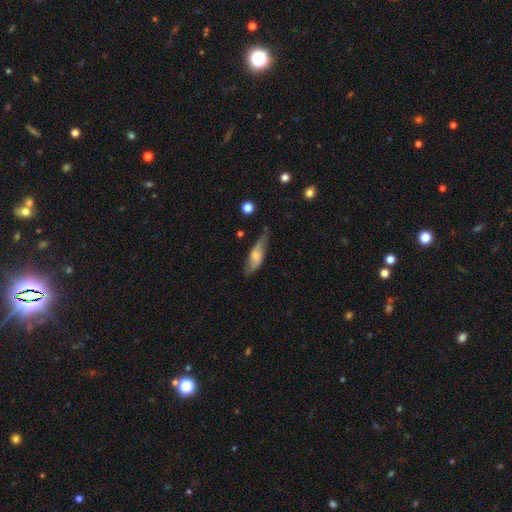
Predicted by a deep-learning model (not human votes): This is possibly a smooth galaxy (52%). How rounded: possibly in between (53%). Merging: possibly none (57%).